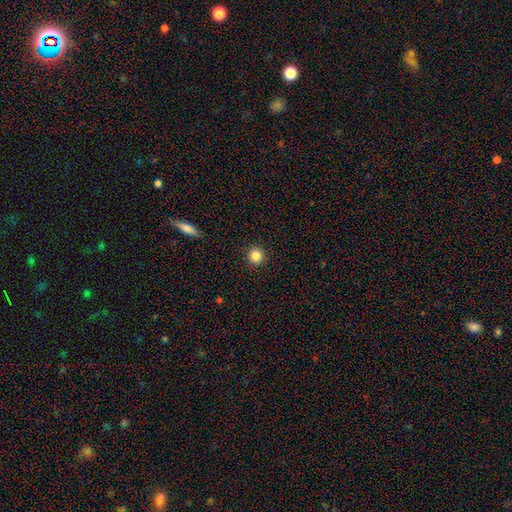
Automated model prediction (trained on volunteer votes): smooth 86%, star or artifact 10%, featured or disk 4%. Down the decision tree: how rounded — round (94%); merging — none (93%).